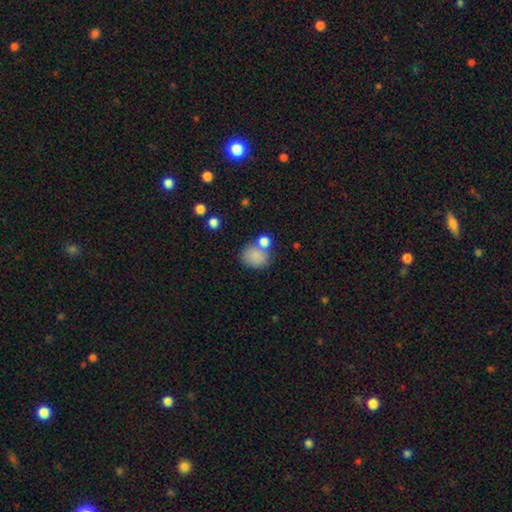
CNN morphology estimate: Smooth or featured? smooth (83%)
How rounded? round (68%)
Merging? none (52%)